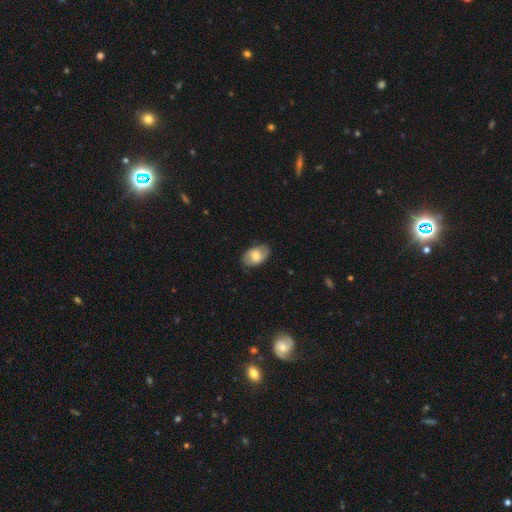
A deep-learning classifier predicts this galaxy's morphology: A smooth galaxy with no disk features (61%) that is in between round and cigar-shaped (89%). Merging: none (81%).